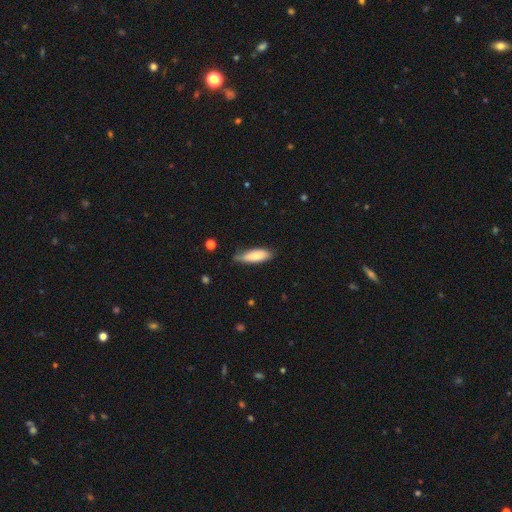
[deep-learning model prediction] smooth_or_featured: smooth (p=0.79) [alt: featured or disk p=0.15]
how_rounded: in between (p=0.56) [alt: cigar-shaped p=0.43]
merging: none (p=0.62) [alt: minor disturbance p=0.31]